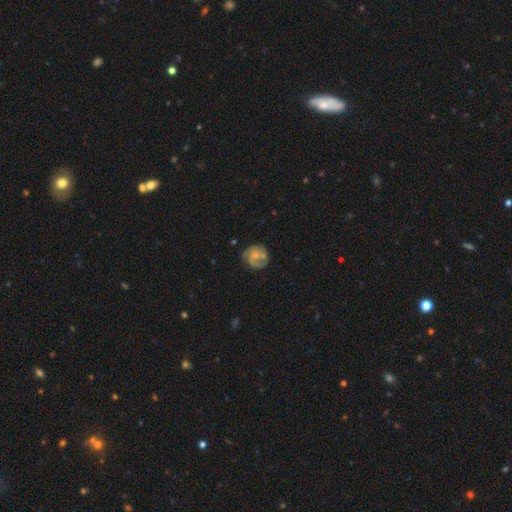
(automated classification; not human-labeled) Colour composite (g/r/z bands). It shows a featured or disk galaxy (65%) with no bar (64%), 2 (30%) tight (44%) spiral arms (85%) and a small central bulge (58%). Merging: none (64%).